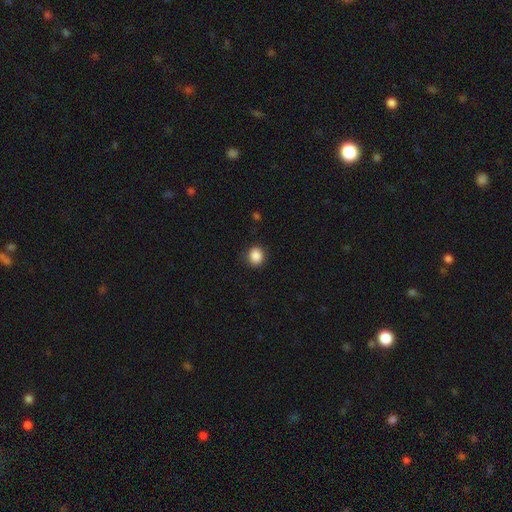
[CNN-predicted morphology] smooth_or_featured: smooth (p=0.88) [alt: star or artifact p=0.09]
how_rounded: round (p=0.77) [alt: in between p=0.22]
merging: none (p=0.87) [alt: minor disturbance p=0.09]